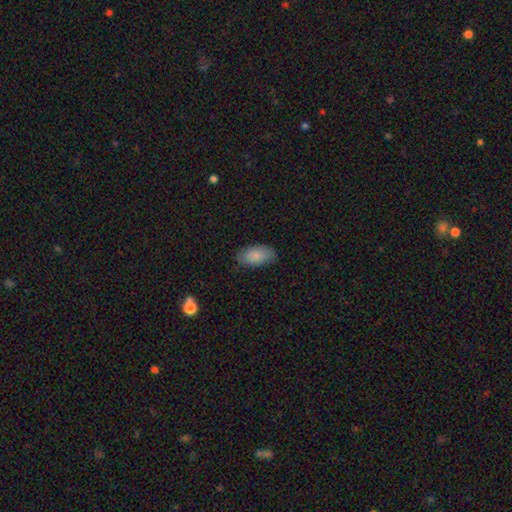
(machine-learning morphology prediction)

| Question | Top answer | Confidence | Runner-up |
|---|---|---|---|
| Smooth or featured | smooth | 86% | featured or disk (8%) |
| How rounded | in between | 94% | cigar-shaped (3%) |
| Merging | none | 80% | minor disturbance (16%) |